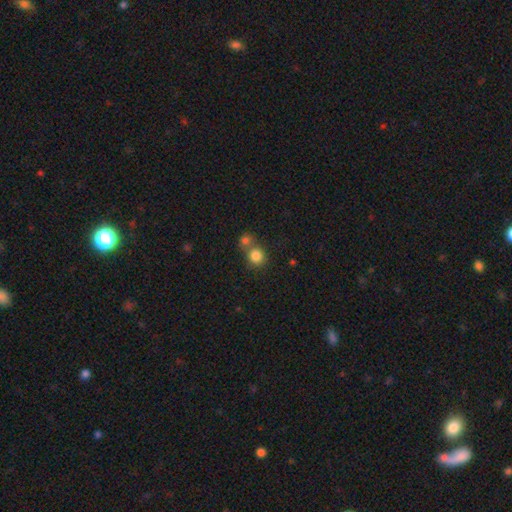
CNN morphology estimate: Q: Smooth or featured?
A: smooth (83%); runner-up: star or artifact (11%)
Q: How rounded?
A: round (86%); runner-up: in between (13%)
Q: Merging?
A: none (53%); runner-up: merger (37%)